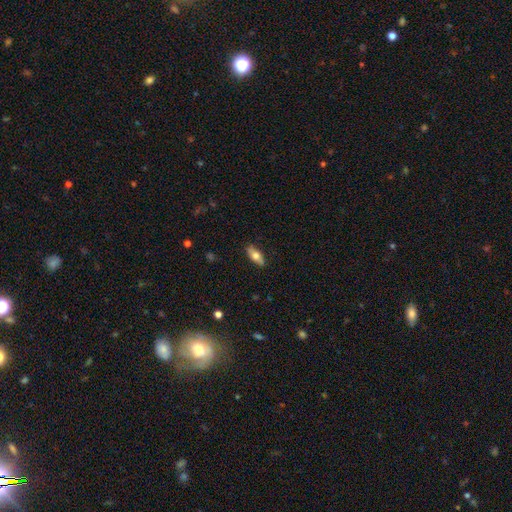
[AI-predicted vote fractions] Smooth or featured? Predicted: smooth (p=0.65). How rounded? Predicted: in between (p=0.75). Merging? Predicted: none (p=0.86).